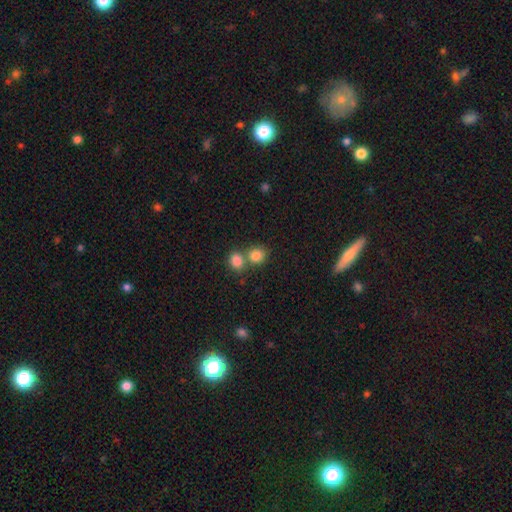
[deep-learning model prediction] Smooth or featured: smooth — 83% (star or artifact — 10%)
How rounded: round — 79% (in between — 21%)
Merging: none — 48% (merger — 42%)